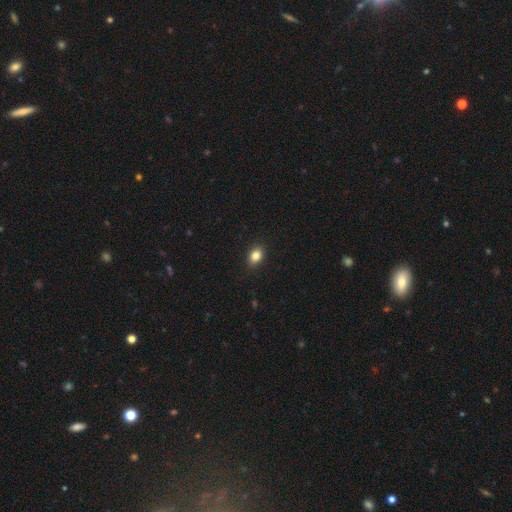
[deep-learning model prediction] Morphology: type=smooth (84%); roundness=in between (74%); merging=none (89%).